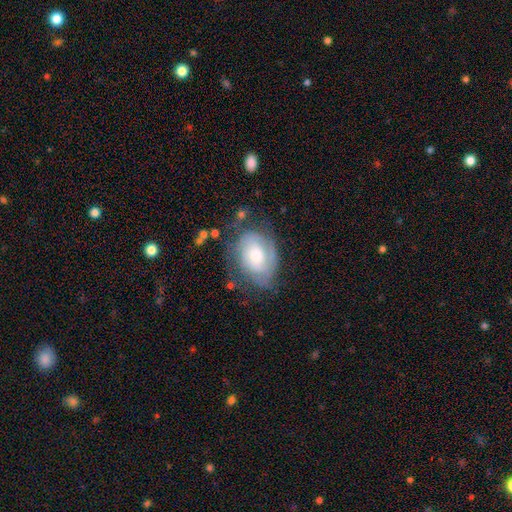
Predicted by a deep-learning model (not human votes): Morphology: type=featured or disk (66%); edge-on=no (96%); bar=no (62%); spiral arms=yes (85%); winding=tight (56%); arm count=2 (38%); bulge=moderate (56%); merging=none (62%).